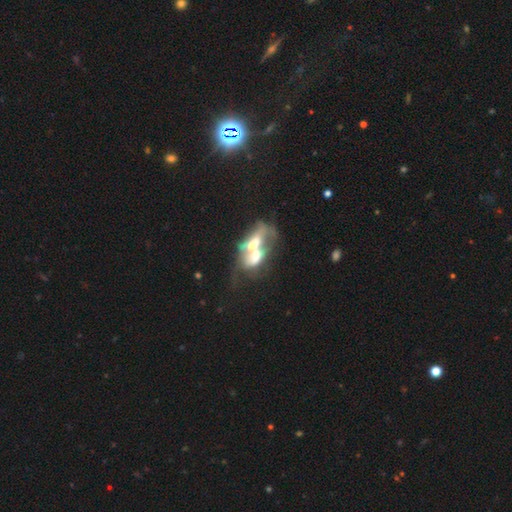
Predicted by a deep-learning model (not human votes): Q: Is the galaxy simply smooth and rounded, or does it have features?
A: featured or disk — 56%.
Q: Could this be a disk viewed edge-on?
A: no — 92%.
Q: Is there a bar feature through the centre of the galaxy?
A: no — 78%.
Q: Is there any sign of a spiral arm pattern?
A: no — 82%.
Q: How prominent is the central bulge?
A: moderate — 43%.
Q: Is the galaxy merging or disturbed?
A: merger — 71%.